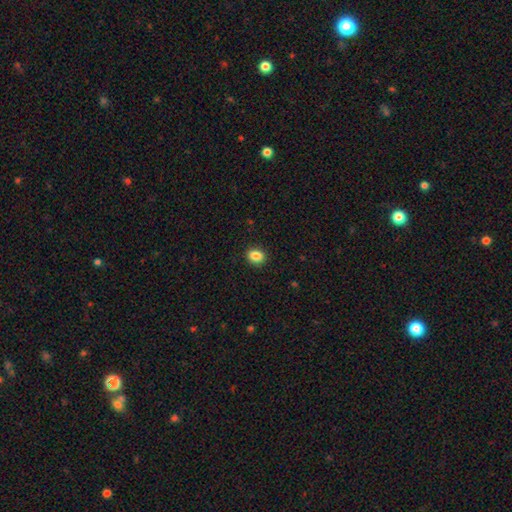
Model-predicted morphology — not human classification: Q: Smooth or featured?
A: smooth (86%); runner-up: star or artifact (9%)
Q: How rounded?
A: in between (57%); runner-up: round (42%)
Q: Merging?
A: none (89%); runner-up: minor disturbance (8%)